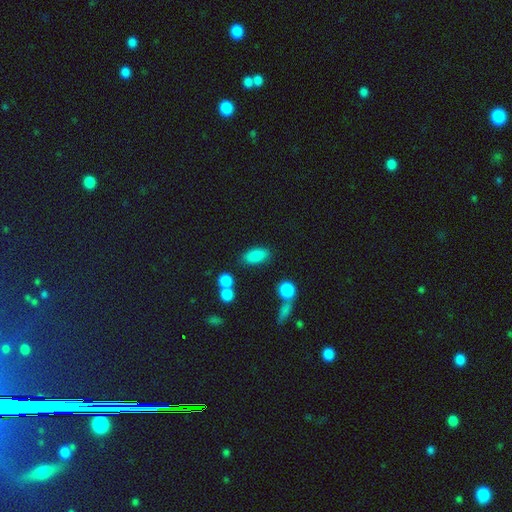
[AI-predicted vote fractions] smooth 84%, star or artifact 9%, featured or disk 7%. Down the decision tree: how rounded — in between (88%); merging — none (78%).